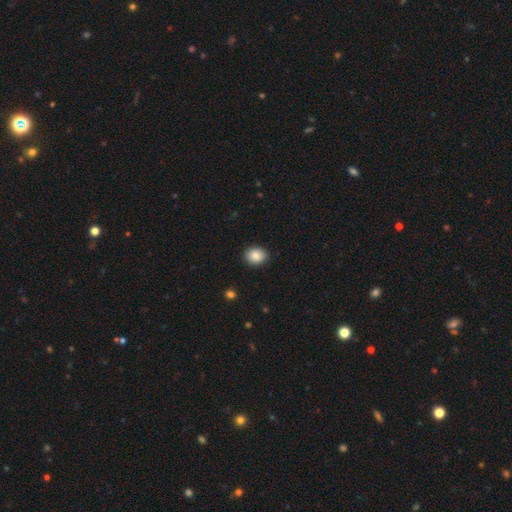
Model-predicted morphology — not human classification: This is clearly a smooth galaxy (87%). How rounded: possibly round (58%). Merging: clearly none (86%).